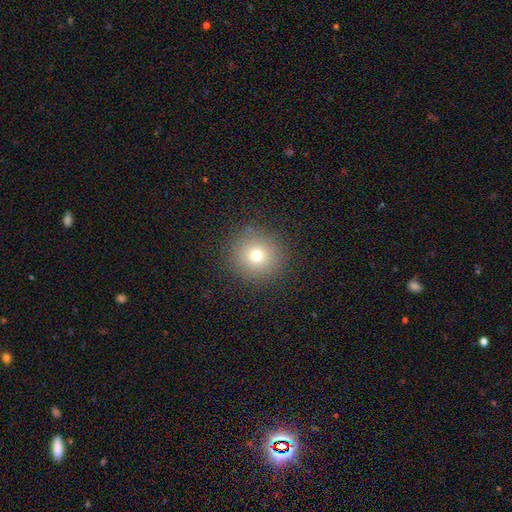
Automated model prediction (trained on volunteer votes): Smooth or featured?
  - smooth: 67% *
  - star or artifact: 23%
  - featured or disk: 9%
How rounded?
  - round: 94% *
  - in between: 5%
  - cigar-shaped: 1%
Merging?
  - none: 92% *
  - minor disturbance: 5%
  - major disturbance: 2%
  - merger: 1%